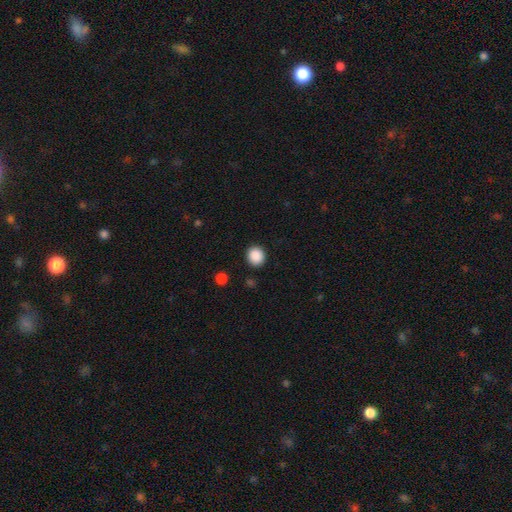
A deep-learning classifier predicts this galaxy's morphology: type=smooth (89%); roundness=round (87%); merging=none (91%).